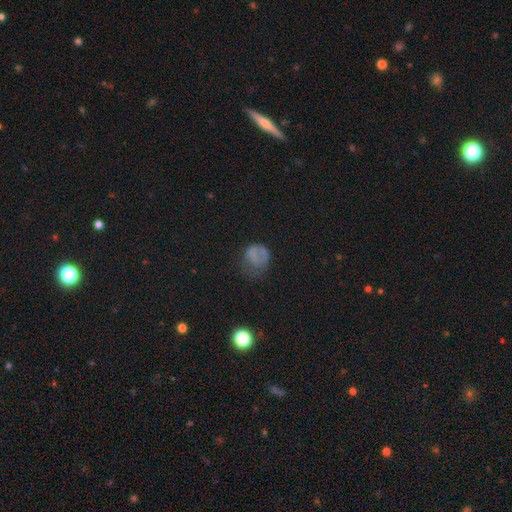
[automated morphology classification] Smooth or featured?
  - smooth: 63% *
  - featured or disk: 20%
  - star or artifact: 17%
How rounded?
  - round: 65% *
  - in between: 34%
  - cigar-shaped: 1%
Merging?
  - none: 39% *
  - major disturbance: 31%
  - minor disturbance: 28%
  - merger: 3%